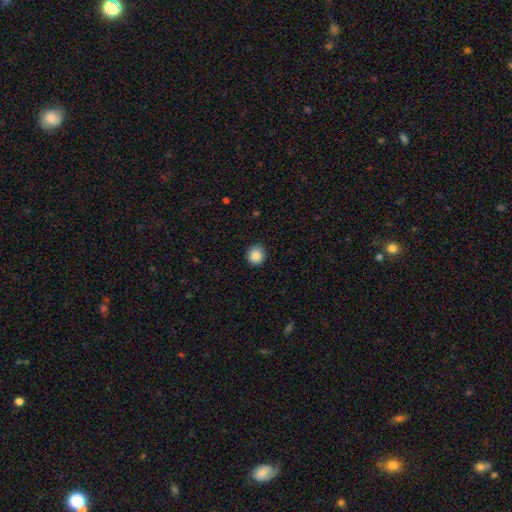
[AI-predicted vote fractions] This is clearly a smooth galaxy (87%). How rounded: clearly round (91%). Merging: clearly none (90%).